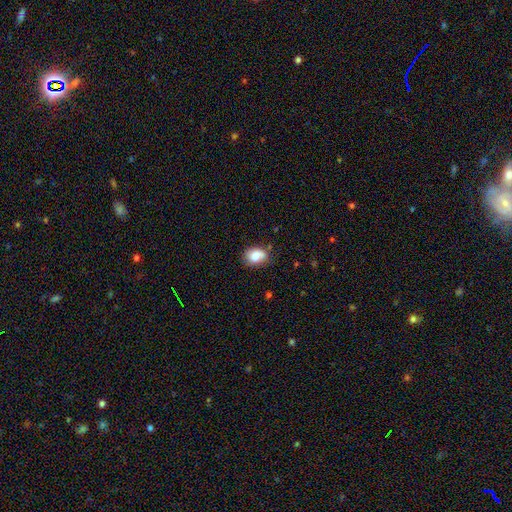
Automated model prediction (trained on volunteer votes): Morphology: type=smooth (80%); roundness=in between (62%); merging=none (65%).